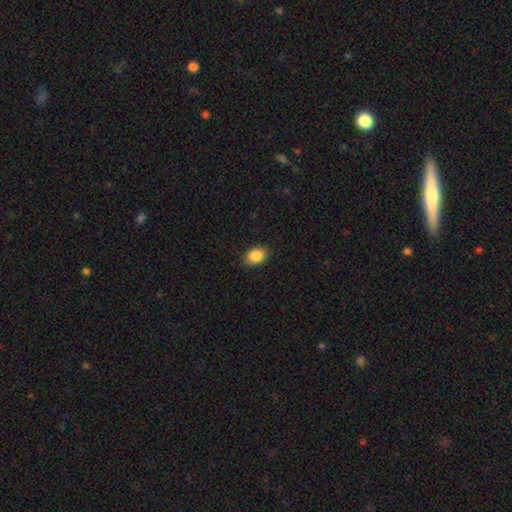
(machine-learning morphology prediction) This is clearly a smooth galaxy (88%). How rounded: likely in between (77%). Merging: clearly none (88%).